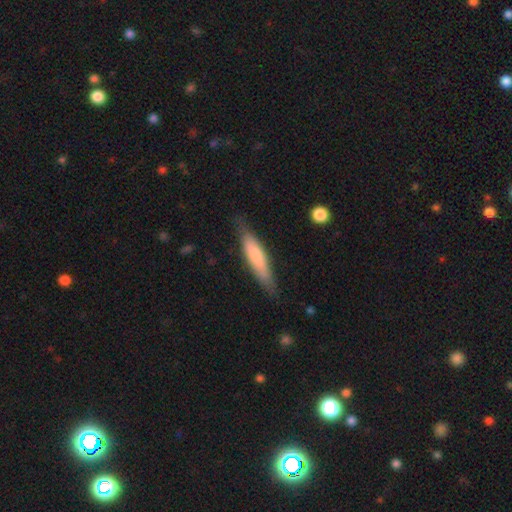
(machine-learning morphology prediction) smooth 69%, featured or disk 26%, star or artifact 5%. Down the decision tree: how rounded — cigar-shaped (77%); merging — none (77%).